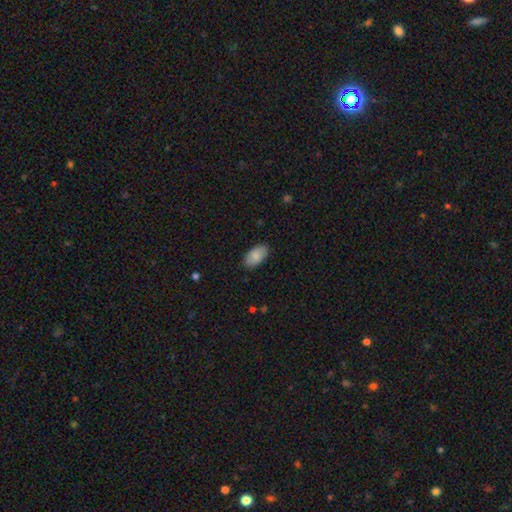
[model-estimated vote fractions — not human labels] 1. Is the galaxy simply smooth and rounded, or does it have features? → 86% smooth, 8% featured or disk, 6% star or artifact.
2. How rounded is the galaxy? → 95% in between, 3% round, 2% cigar-shaped.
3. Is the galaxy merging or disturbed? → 87% none, 10% minor disturbance, 2% major disturbance, 1% merger.